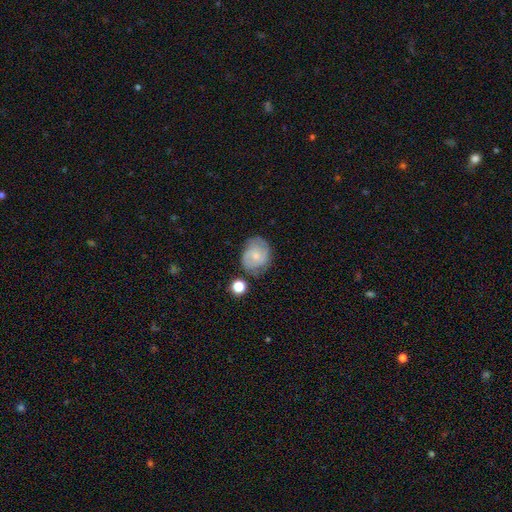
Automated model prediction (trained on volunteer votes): Smooth or featured? featured or disk (52%)
Edge-on disk? no (97%)
Bar? no (66%)
Spiral arms? yes (82%)
Bulge size? small (64%)
Merging? none (65%)